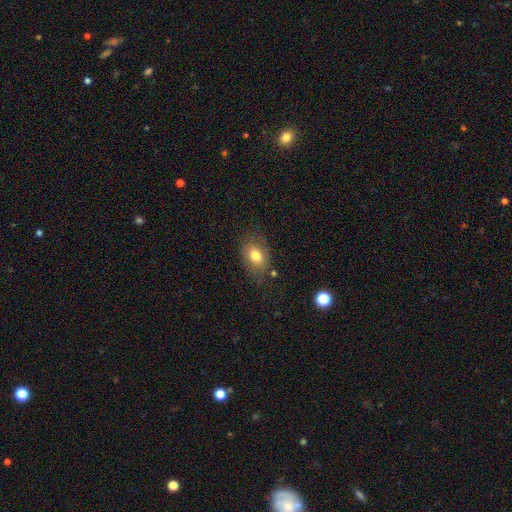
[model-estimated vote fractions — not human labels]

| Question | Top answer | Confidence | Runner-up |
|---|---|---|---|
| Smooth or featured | smooth | 75% | featured or disk (16%) |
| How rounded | in between | 77% | round (21%) |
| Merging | none | 70% | minor disturbance (20%) |